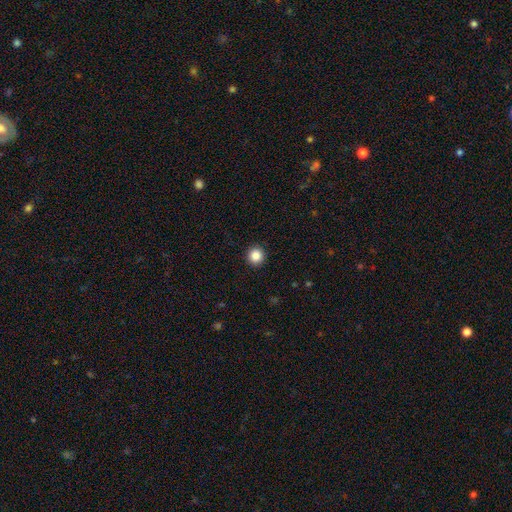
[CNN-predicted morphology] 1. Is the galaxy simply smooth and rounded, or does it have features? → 87% smooth, 10% star or artifact, 3% featured or disk.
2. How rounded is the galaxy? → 95% round, 4% in between, 1% cigar-shaped.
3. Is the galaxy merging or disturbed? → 93% none, 4% minor disturbance, 2% major disturbance, 1% merger.